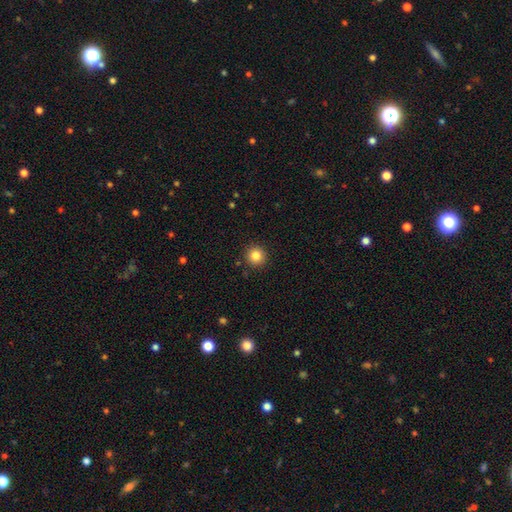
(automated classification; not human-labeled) Smooth or featured?
  - smooth: 85% *
  - star or artifact: 11%
  - featured or disk: 5%
How rounded?
  - round: 95% *
  - in between: 4%
  - cigar-shaped: 1%
Merging?
  - none: 92% *
  - minor disturbance: 5%
  - major disturbance: 2%
  - merger: 1%